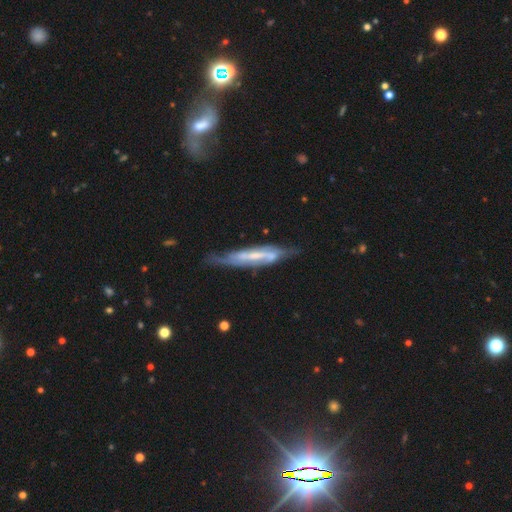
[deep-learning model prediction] Smooth or featured? Predicted: featured or disk (p=0.71). Edge-on disk? Predicted: yes (p=0.55). Merging? Predicted: none (p=0.60).